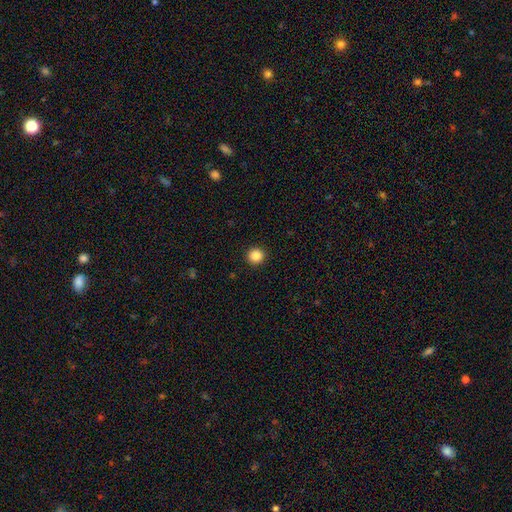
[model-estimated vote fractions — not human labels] A smooth galaxy with no disk features (87%) that is round (94%). Merging: none (93%).